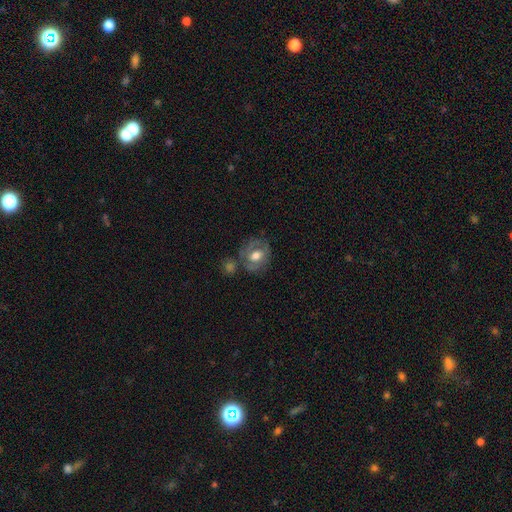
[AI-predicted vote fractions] This appears to be a featured or disk galaxy (51%). Merging: none (57%).